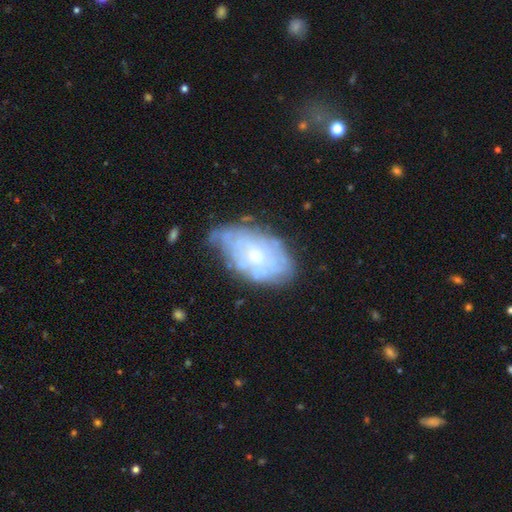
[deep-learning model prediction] smooth_or_featured: featured or disk (p=0.61) [alt: smooth p=0.31]
disk_edge_on: no (p=0.95) [alt: yes p=0.05]
bar: no (p=0.78) [alt: weak p=0.19]
has_spiral_arms: no (p=0.52) [alt: yes p=0.48]
bulge_size: small (p=0.52) [alt: moderate p=0.39]
merging: none (p=0.50) [alt: minor disturbance p=0.32]